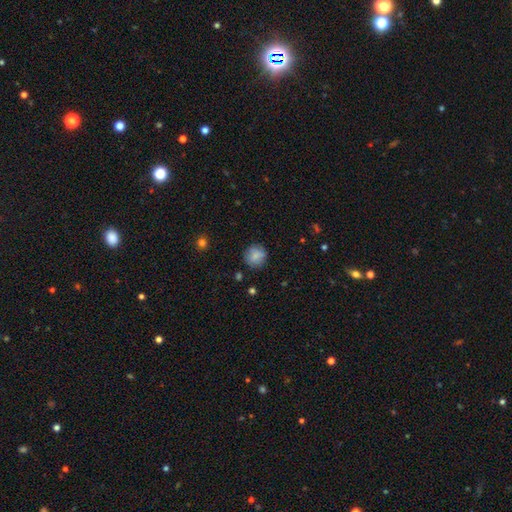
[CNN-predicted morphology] smooth_or_featured: smooth (p=0.79) [alt: featured or disk p=0.12]
how_rounded: round (p=0.89) [alt: in between p=0.10]
merging: none (p=0.79) [alt: minor disturbance p=0.15]